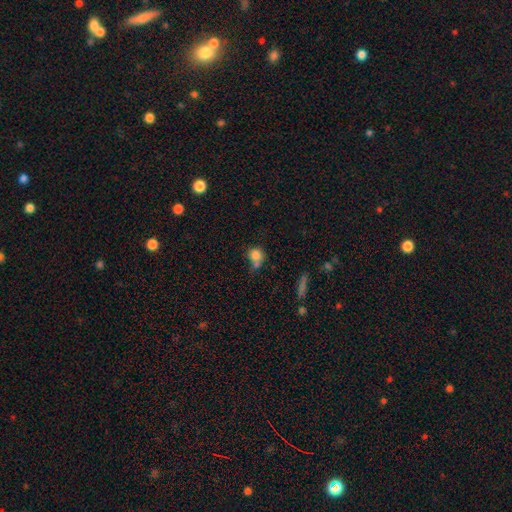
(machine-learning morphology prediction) Q: Smooth or featured?
A: smooth (81%); runner-up: star or artifact (10%)
Q: How rounded?
A: round (80%); runner-up: in between (19%)
Q: Merging?
A: none (44%); runner-up: merger (32%)